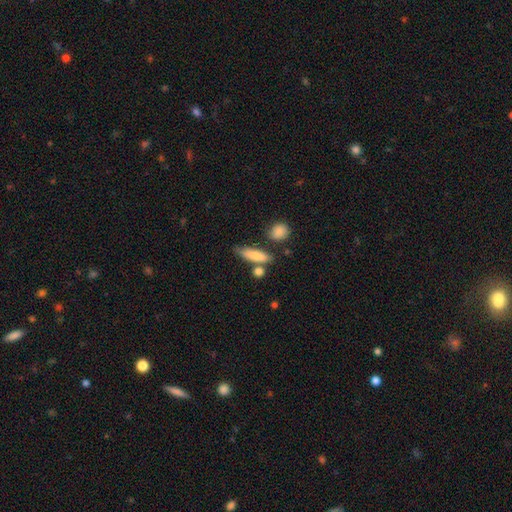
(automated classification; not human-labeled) Smooth or featured?
  - smooth: 81% *
  - featured or disk: 12%
  - star or artifact: 7%
How rounded?
  - cigar-shaped: 59% *
  - in between: 36%
  - round: 4%
Merging?
  - none: 69% *
  - minor disturbance: 14%
  - merger: 13%
  - major disturbance: 4%